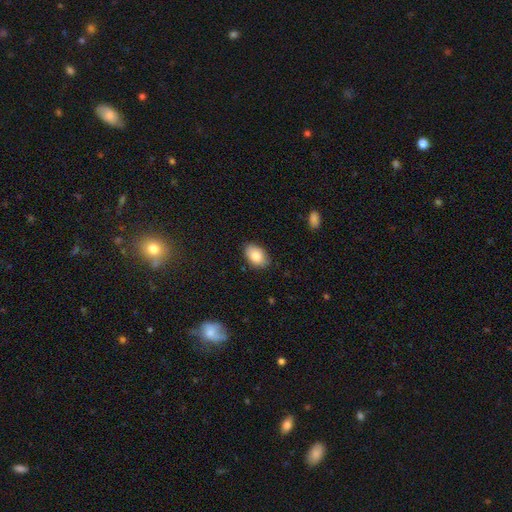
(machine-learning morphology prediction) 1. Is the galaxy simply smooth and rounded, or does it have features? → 86% smooth, 7% featured or disk, 7% star or artifact.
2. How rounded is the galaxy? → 90% in between, 9% round, 1% cigar-shaped.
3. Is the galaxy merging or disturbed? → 82% none, 14% minor disturbance, 2% major disturbance, 1% merger.